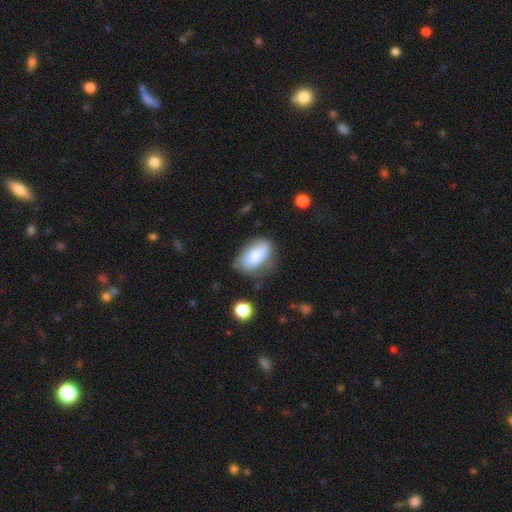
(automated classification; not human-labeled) Overall: smooth (73%). How rounded: in between (90%). Merging: none (64%; minor disturbance 25%).